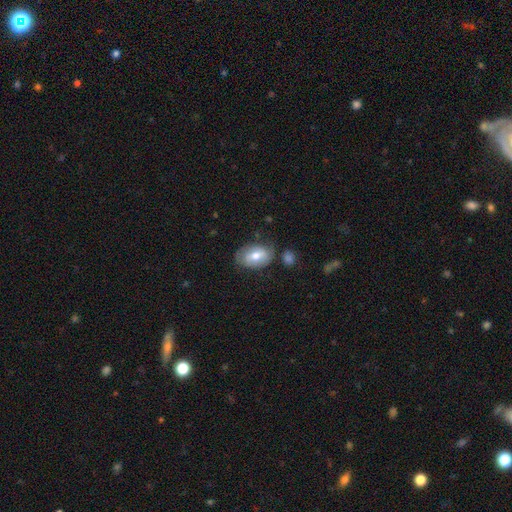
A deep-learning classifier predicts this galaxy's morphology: Smooth or featured: smooth — 63% (featured or disk — 30%)
How rounded: in between — 87% (round — 12%)
Merging: none — 66% (minor disturbance — 23%)